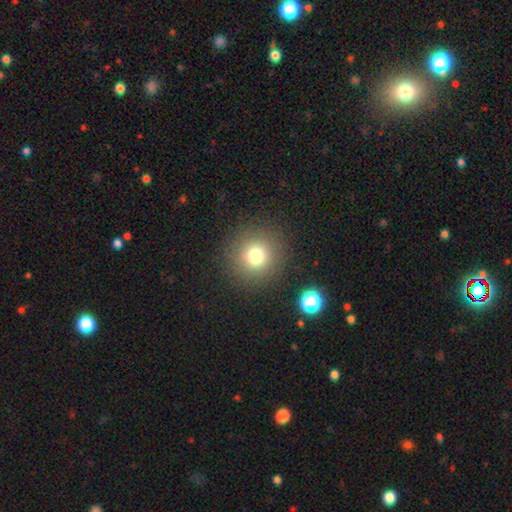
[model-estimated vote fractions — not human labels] Smooth or featured? Predicted: smooth (p=0.75). How rounded? Predicted: round (p=0.94). Merging? Predicted: none (p=0.89).